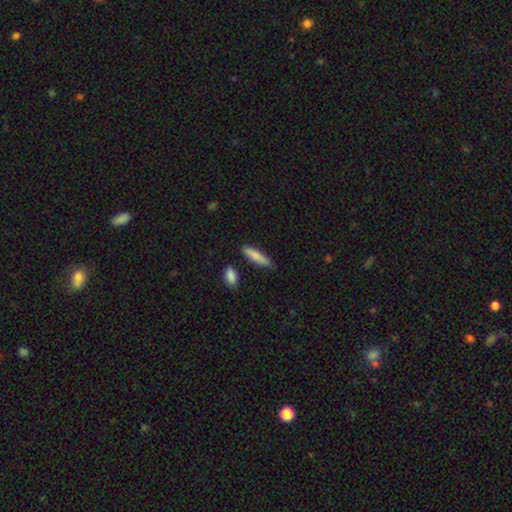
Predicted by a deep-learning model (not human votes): Q: Smooth or featured?
A: smooth (82%); runner-up: featured or disk (12%)
Q: How rounded?
A: cigar-shaped (79%); runner-up: in between (19%)
Q: Merging?
A: none (81%); runner-up: minor disturbance (13%)